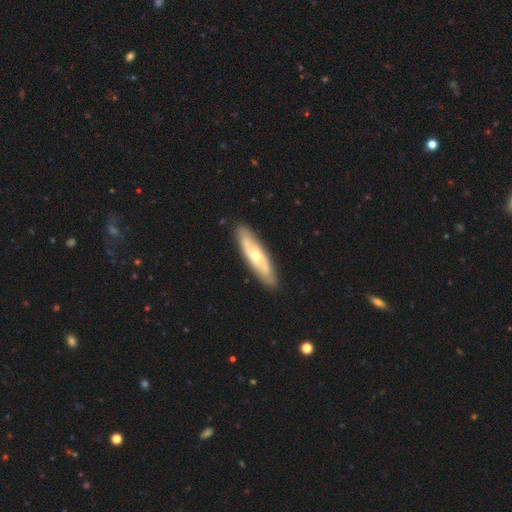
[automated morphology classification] A featured or disk galaxy (58%). Merging: none (88%).